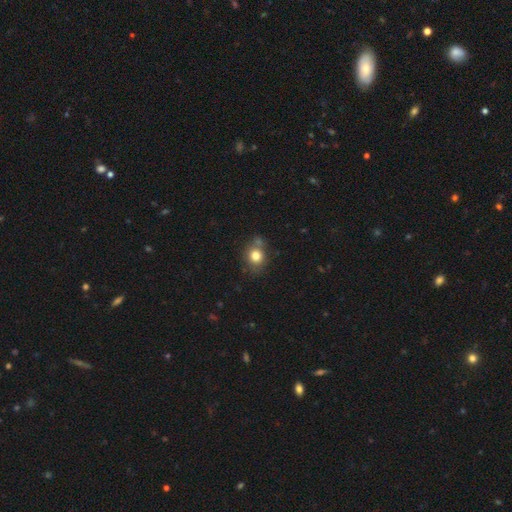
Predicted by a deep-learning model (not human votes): Smooth or featured? Predicted: smooth (p=0.80). How rounded? Predicted: round (p=0.67). Merging? Predicted: none (p=0.67).